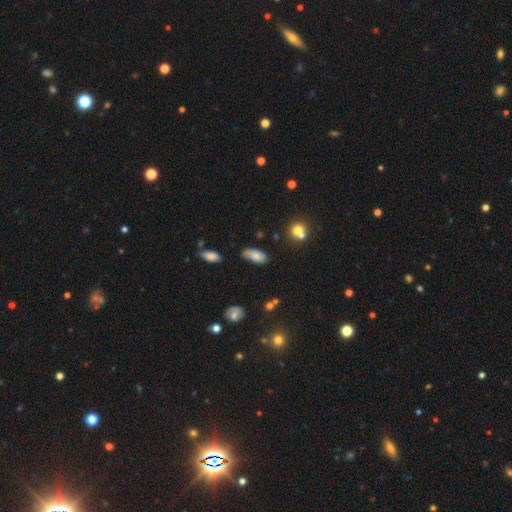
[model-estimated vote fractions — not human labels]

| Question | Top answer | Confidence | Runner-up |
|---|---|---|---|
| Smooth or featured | smooth | 75% | featured or disk (15%) |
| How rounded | in between | 88% | cigar-shaped (9%) |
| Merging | none | 62% | minor disturbance (27%) |